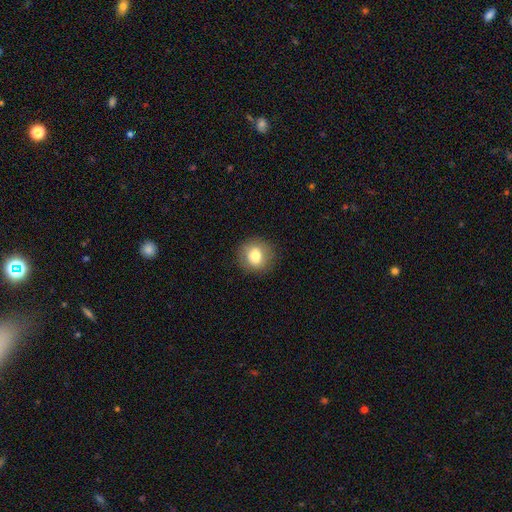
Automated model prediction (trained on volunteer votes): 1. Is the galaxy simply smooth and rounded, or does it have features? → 74% smooth, 17% featured or disk, 10% star or artifact.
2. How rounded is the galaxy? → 86% round, 13% in between, 1% cigar-shaped.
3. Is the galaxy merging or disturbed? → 86% none, 10% minor disturbance, 3% major disturbance, 1% merger.